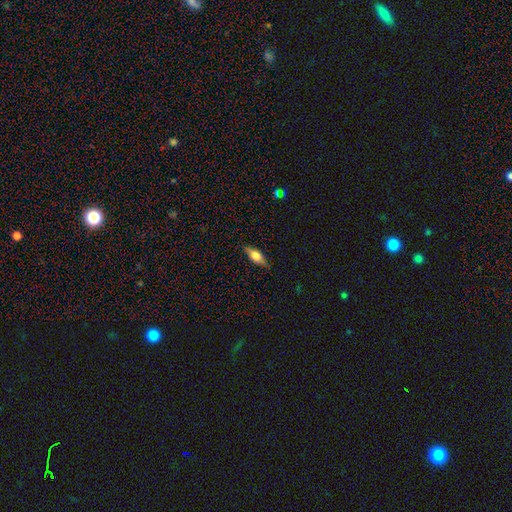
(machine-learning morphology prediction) Q: Smooth or featured?
A: smooth (55%); runner-up: featured or disk (38%)
Q: How rounded?
A: in between (68%); runner-up: cigar-shaped (27%)
Q: Merging?
A: none (82%); runner-up: minor disturbance (14%)